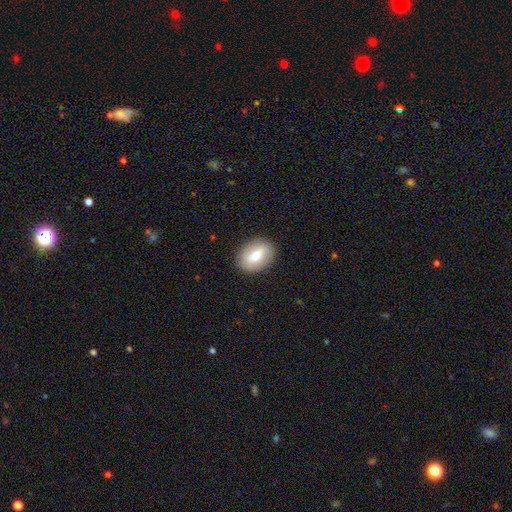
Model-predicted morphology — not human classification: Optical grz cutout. It shows a smooth galaxy with no disk features (67%) that is in between round and cigar-shaped (74%). Merging: none (87%).